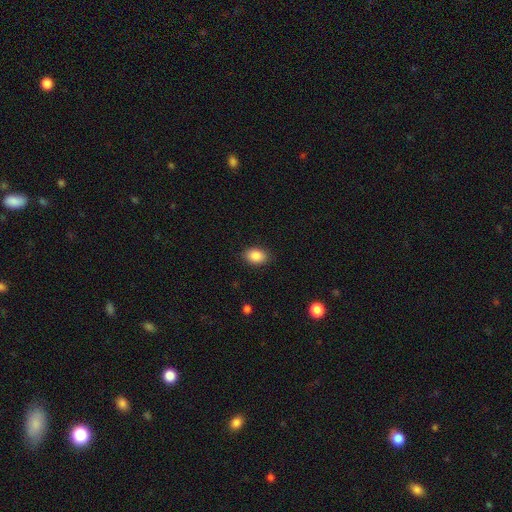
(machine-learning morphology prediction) The model was most divided on "how rounded": in between: 81%, round: 18%, cigar-shaped: 1%. More confident: merging — none (88%); smooth or featured — smooth (88%).